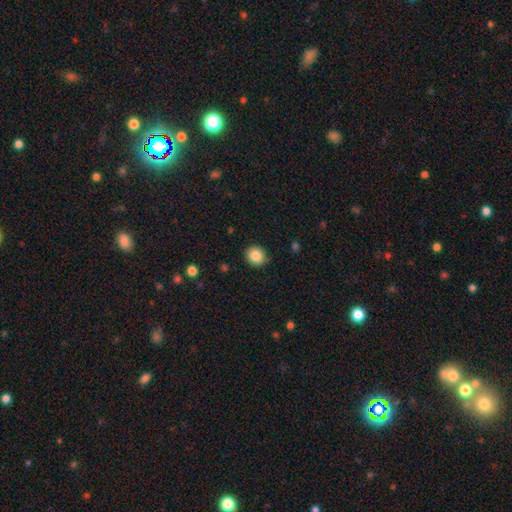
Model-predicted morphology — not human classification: smooth 85%, star or artifact 9%, featured or disk 5%. Down the decision tree: how rounded — round (85%); merging — none (88%).